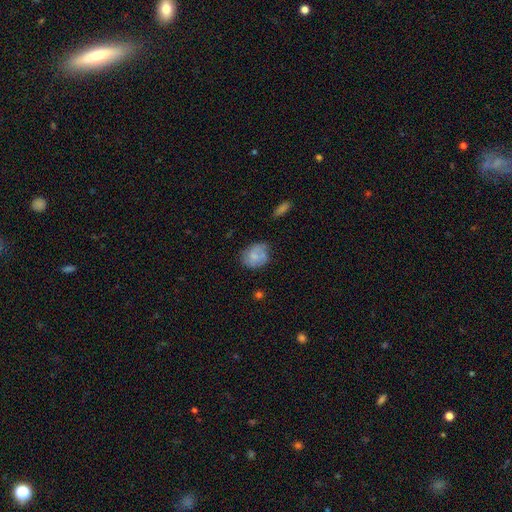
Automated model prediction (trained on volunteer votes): smooth_or_featured: smooth (p=0.63) [alt: featured or disk p=0.29]
how_rounded: round (p=0.51) [alt: in between p=0.48]
merging: none (p=0.57) [alt: minor disturbance p=0.29]